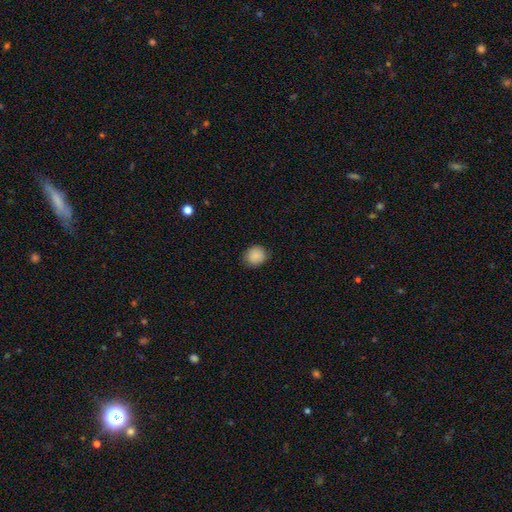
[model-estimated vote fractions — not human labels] Overall: smooth (89%). How rounded: round (73%). Merging: none (85%).